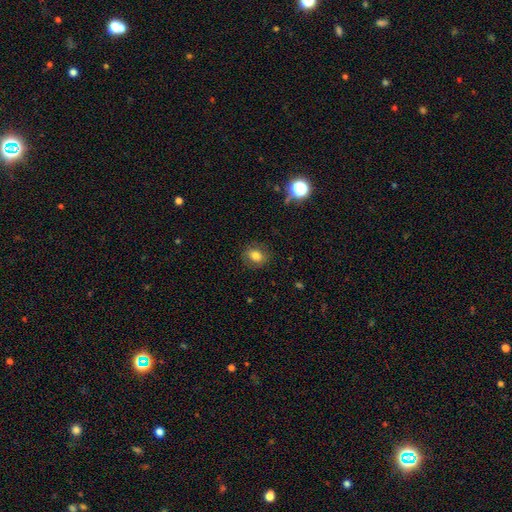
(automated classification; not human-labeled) Morphology: type=smooth (78%); roundness=round (57%); merging=none (84%).